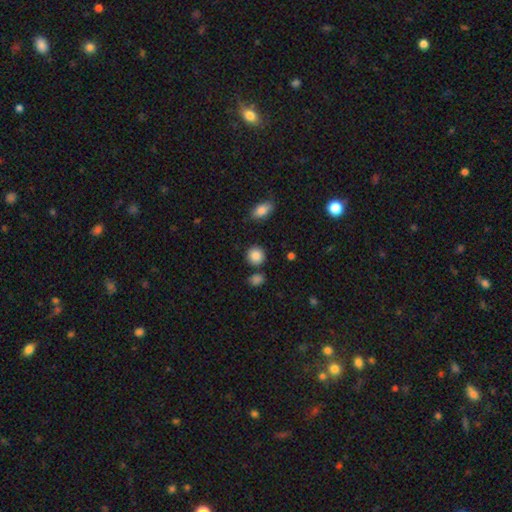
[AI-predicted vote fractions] Smooth or featured: smooth — 87% (star or artifact — 9%)
How rounded: round — 87% (in between — 12%)
Merging: none — 82% (minor disturbance — 9%)